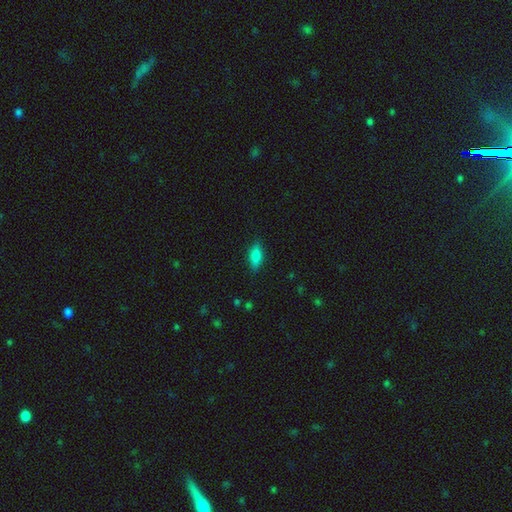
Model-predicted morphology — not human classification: Smooth or featured? Predicted: smooth (p=0.74). How rounded? Predicted: in between (p=0.68). Merging? Predicted: none (p=0.83).